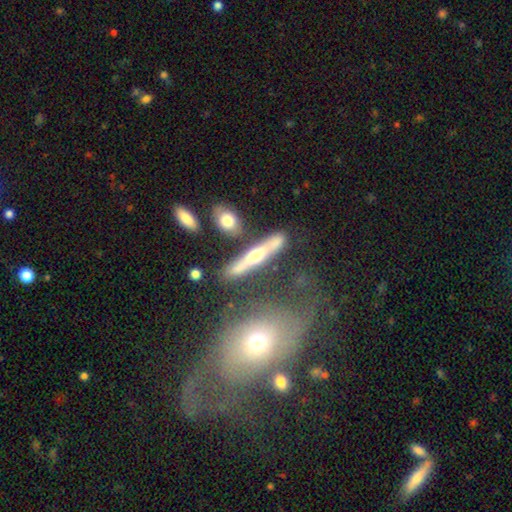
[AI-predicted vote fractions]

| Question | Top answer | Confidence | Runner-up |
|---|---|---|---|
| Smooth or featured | featured or disk | 60% | smooth (33%) |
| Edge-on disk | yes | 85% | no (15%) |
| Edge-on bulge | rounded | 85% | none (9%) |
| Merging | none | 67% | minor disturbance (16%) |